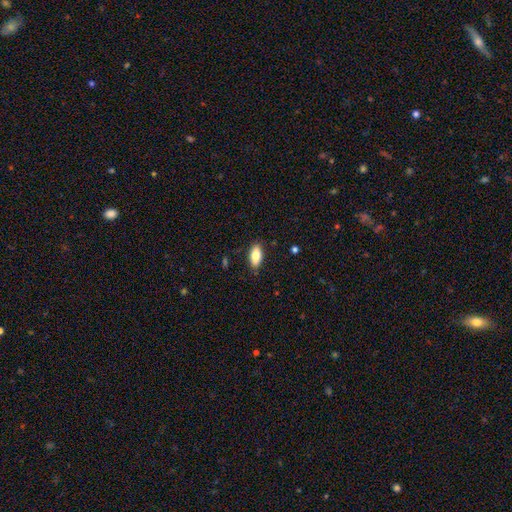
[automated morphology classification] Q: Smooth or featured?
A: smooth (81%); runner-up: featured or disk (12%)
Q: How rounded?
A: in between (88%); runner-up: cigar-shaped (10%)
Q: Merging?
A: none (86%); runner-up: minor disturbance (11%)